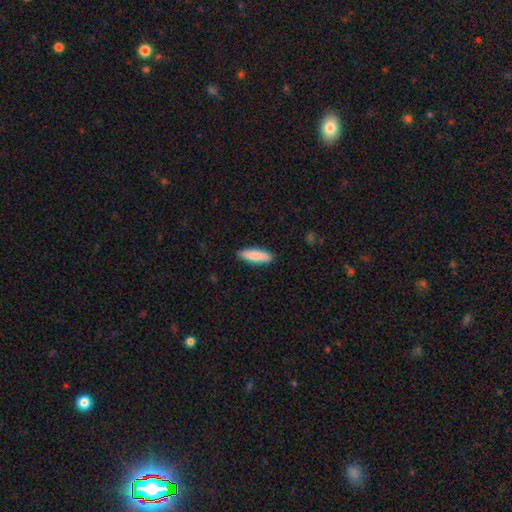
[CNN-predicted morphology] smooth_or_featured: smooth (p=0.85) [alt: featured or disk p=0.09]
how_rounded: in between (p=0.50) [alt: cigar-shaped p=0.48]
merging: none (p=0.88) [alt: minor disturbance p=0.09]